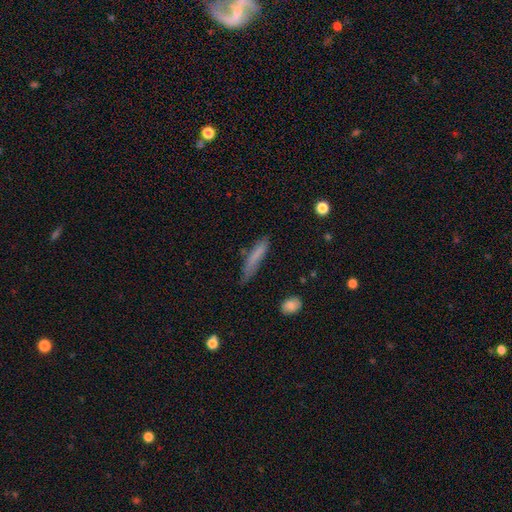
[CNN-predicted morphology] type=smooth (75%); roundness=cigar-shaped (88%); merging=none (67%).